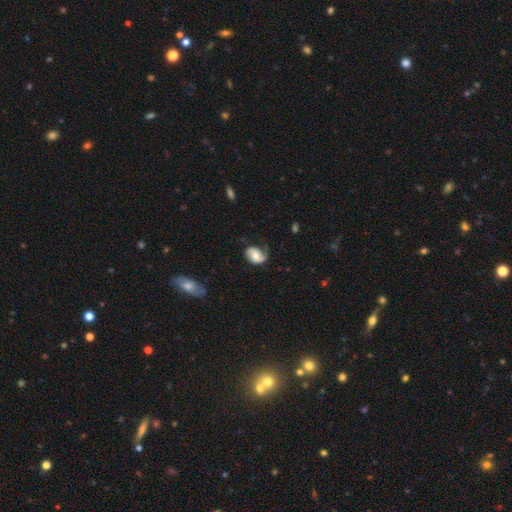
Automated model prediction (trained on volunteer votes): Q: Smooth or featured?
A: featured or disk (62%); runner-up: smooth (31%)
Q: Edge-on disk?
A: no (97%); runner-up: yes (3%)
Q: Bar?
A: no (64%); runner-up: weak (28%)
Q: Spiral arms?
A: yes (89%); runner-up: no (11%)
Q: Spiral winding?
A: medium (38%); runner-up: loose (36%)
Q: Spiral arm count?
A: 2 (54%); runner-up: 1 (37%)
Q: Bulge size?
A: moderate (61%); runner-up: small (26%)
Q: Merging?
A: none (52%); runner-up: minor disturbance (28%)